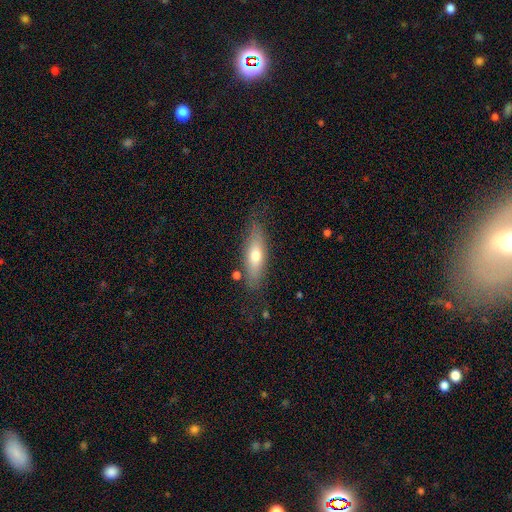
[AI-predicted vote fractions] The model was most divided on "how rounded": in between: 54%, cigar-shaped: 43%, round: 3%. More confident: merging — none (77%); smooth or featured — smooth (62%).